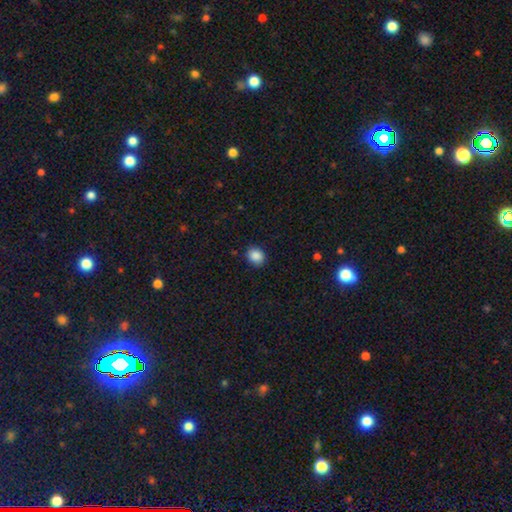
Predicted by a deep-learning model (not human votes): Overall: smooth (87%). How rounded: round (62%; in between 38%). Merging: none (88%).